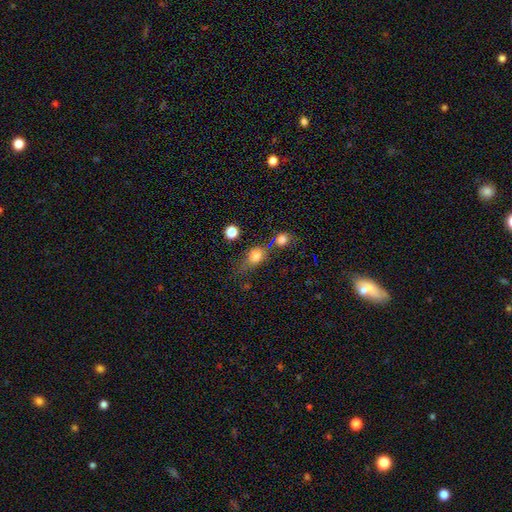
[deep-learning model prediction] Smooth or featured: smooth — 77% (star or artifact — 13%)
How rounded: in between — 53% (round — 44%)
Merging: none — 51% (minor disturbance — 23%)